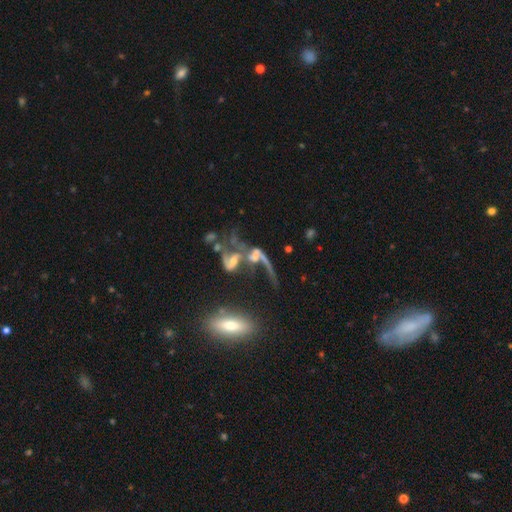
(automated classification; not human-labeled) Smooth or featured? featured or disk (66%)
Edge-on disk? no (91%)
Bar? no (59%)
Spiral arms? yes (59%)
Bulge size? none (34%)
Merging? merger (60%)